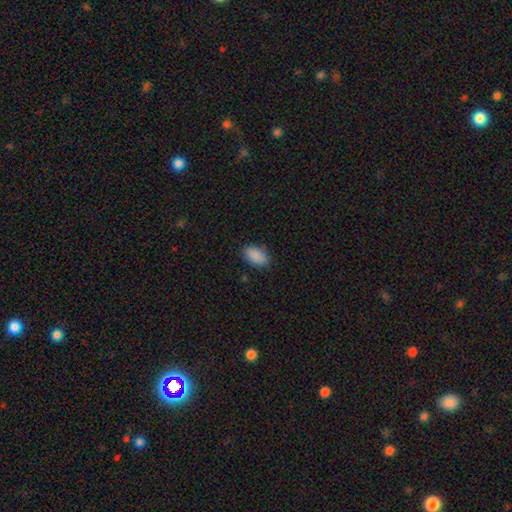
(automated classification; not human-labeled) smooth 89%, star or artifact 7%, featured or disk 3%. Down the decision tree: how rounded — in between (93%); merging — none (84%).